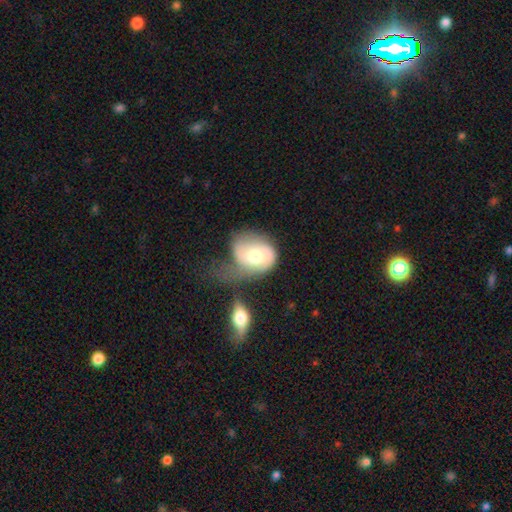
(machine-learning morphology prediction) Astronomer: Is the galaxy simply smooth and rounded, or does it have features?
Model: featured or disk — 52% (runner-up: smooth, 41%).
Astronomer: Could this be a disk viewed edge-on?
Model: no — 96%.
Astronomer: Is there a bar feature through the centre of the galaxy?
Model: no — 75%.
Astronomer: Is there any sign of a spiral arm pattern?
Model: yes — 72%.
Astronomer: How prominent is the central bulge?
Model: moderate — 71%.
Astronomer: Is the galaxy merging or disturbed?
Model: major disturbance — 35% (runner-up: merger, 25%).